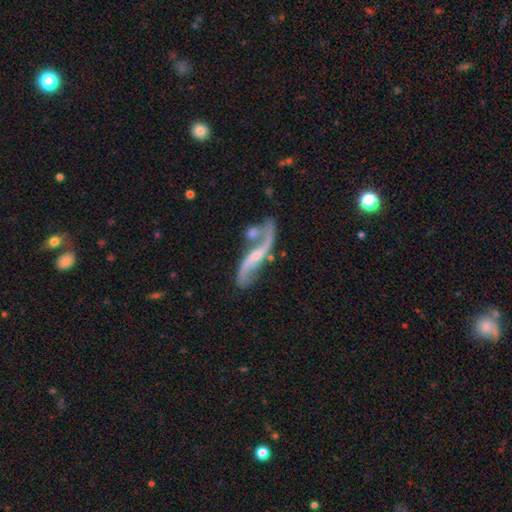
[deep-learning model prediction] smooth_or_featured: featured or disk (p=0.86) [alt: smooth p=0.08]
disk_edge_on: no (p=0.87) [alt: yes p=0.13]
bar: no (p=0.39) [alt: weak p=0.37]
has_spiral_arms: yes (p=0.94) [alt: no p=0.06]
spiral_winding: loose (p=0.81) [alt: medium p=0.15]
spiral_arm_count: 2 (p=0.90) [alt: 1 p=0.04]
bulge_size: small (p=0.56) [alt: moderate p=0.26]
merging: none (p=0.53) [alt: merger p=0.19]